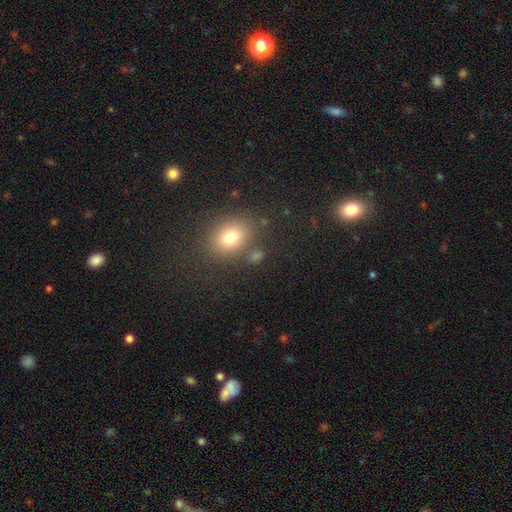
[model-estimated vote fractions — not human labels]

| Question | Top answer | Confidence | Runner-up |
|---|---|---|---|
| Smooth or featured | smooth | 73% | star or artifact (17%) |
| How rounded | in between | 53% | round (46%) |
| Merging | none | 76% | minor disturbance (11%) |